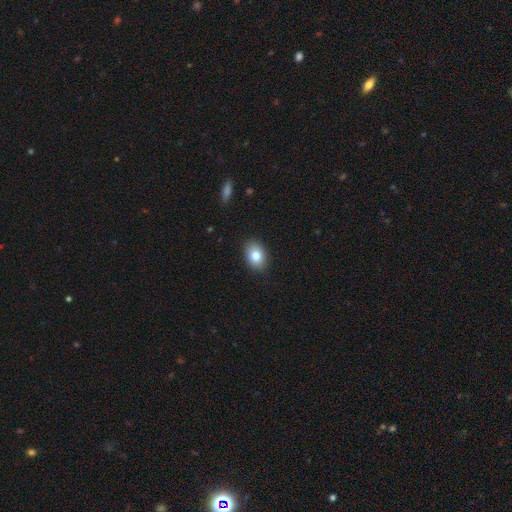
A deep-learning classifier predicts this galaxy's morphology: Smooth or featured?
  - smooth: 82% *
  - featured or disk: 9%
  - star or artifact: 9%
How rounded?
  - in between: 77% *
  - round: 22%
  - cigar-shaped: 1%
Merging?
  - none: 87% *
  - minor disturbance: 10%
  - major disturbance: 2%
  - merger: 1%